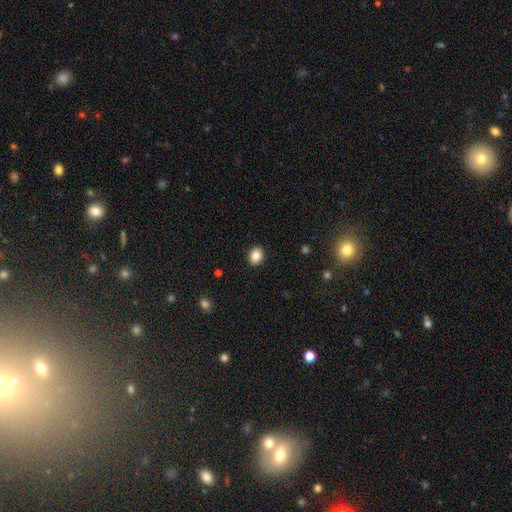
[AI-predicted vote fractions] Smooth or featured?
  - smooth: 87% *
  - star or artifact: 9%
  - featured or disk: 4%
How rounded?
  - round: 51% *
  - in between: 48%
  - cigar-shaped: 1%
Merging?
  - none: 91% *
  - minor disturbance: 7%
  - major disturbance: 2%
  - merger: 1%